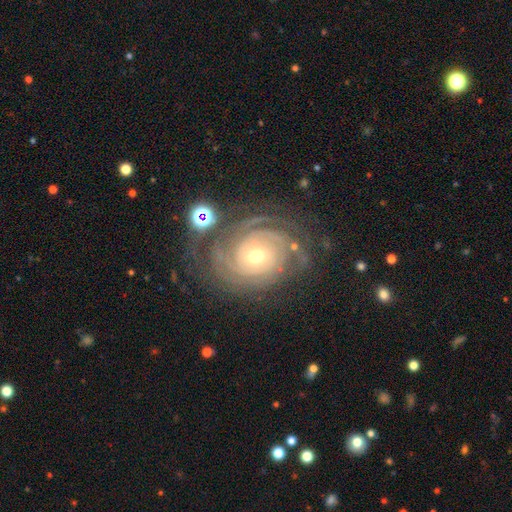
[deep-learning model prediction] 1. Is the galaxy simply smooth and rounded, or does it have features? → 88% featured or disk, 7% star or artifact, 6% smooth.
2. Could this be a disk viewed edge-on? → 97% no, 3% yes.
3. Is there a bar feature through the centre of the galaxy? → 73% no, 20% weak, 7% strong.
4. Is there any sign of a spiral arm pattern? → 97% yes, 3% no.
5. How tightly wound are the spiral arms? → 81% tight, 16% medium, 3% loose.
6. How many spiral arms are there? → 26% can't tell, 23% 3, 22% 2, 14% 4, 9% more than 4, 7% 1.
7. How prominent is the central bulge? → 52% moderate, 43% small, 3% large, 1% dominant, 1% none.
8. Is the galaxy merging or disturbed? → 68% none, 18% minor disturbance, 10% major disturbance, 4% merger.